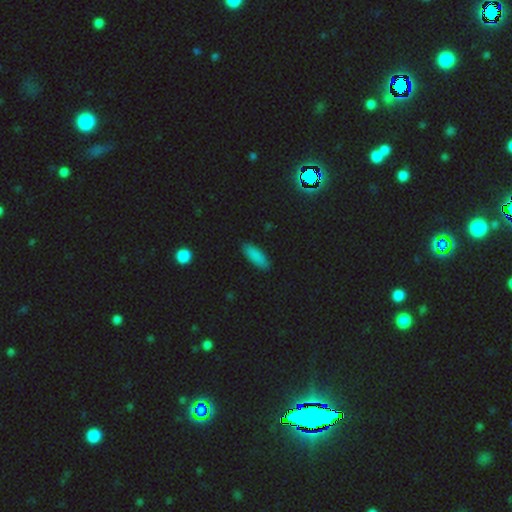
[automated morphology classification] Overall: smooth (85%). How rounded: in between (69%). Merging: none (88%).